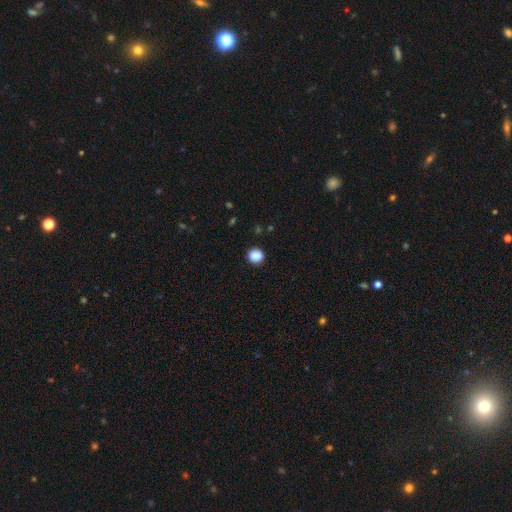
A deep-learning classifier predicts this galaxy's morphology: This is clearly a smooth galaxy (87%). How rounded: clearly round (81%). Merging: clearly none (88%).